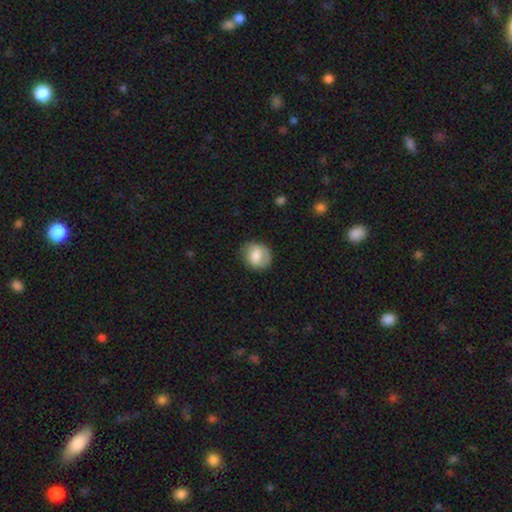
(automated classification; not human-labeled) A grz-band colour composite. It shows a smooth galaxy with no disk features (69%) that is round (64%). Merging: none (71%).